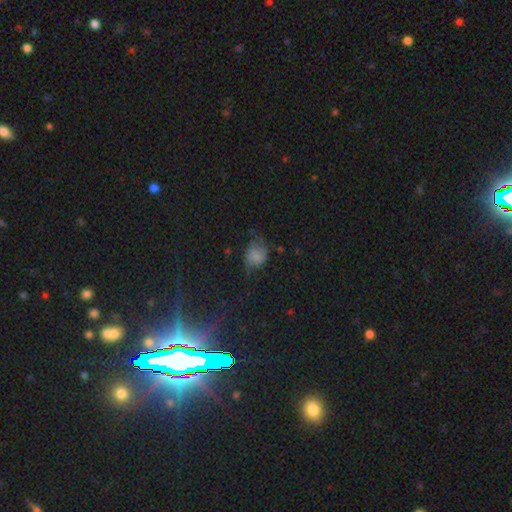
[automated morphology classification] A smooth galaxy with no disk features (53%) that is round (51%). Merging: none (46%).